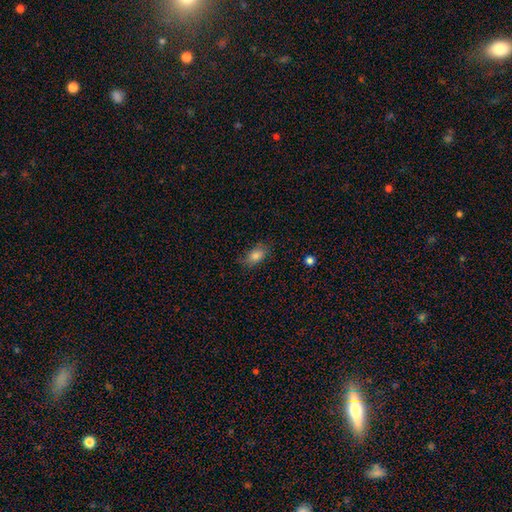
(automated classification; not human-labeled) Smooth or featured? smooth (83%)
How rounded? in between (88%)
Merging? none (73%)